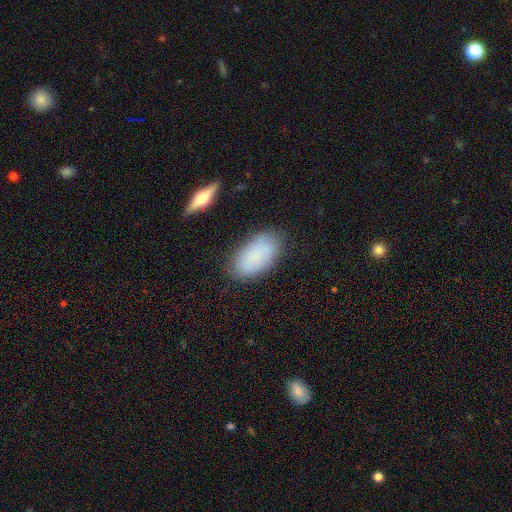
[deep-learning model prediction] smooth 75%, featured or disk 16%, star or artifact 8%. Down the decision tree: how rounded — in between (94%); merging — none (79%).